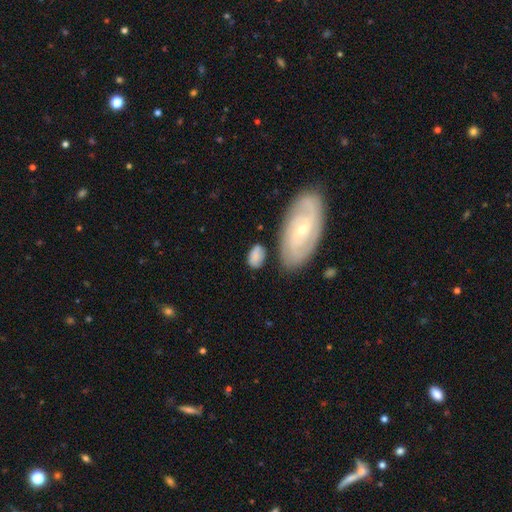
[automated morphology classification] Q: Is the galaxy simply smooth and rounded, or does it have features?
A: smooth — 67%.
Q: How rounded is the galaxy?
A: in between — 87%.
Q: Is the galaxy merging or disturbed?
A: none — 57%.